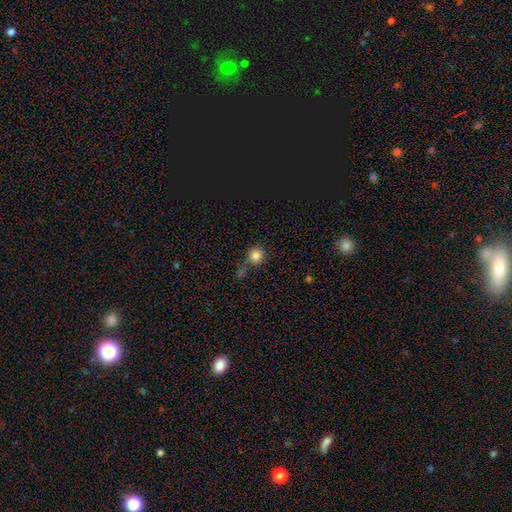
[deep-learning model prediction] smooth 81%, star or artifact 13%, featured or disk 6%. Down the decision tree: how rounded — round (91%); merging — none (57%).